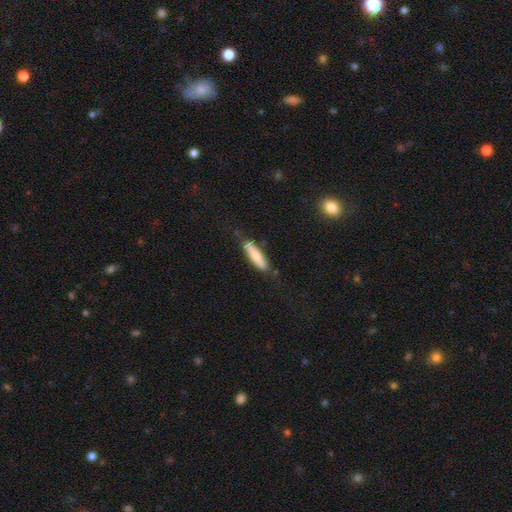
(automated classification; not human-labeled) Q: Smooth or featured?
A: smooth (67%); runner-up: featured or disk (27%)
Q: How rounded?
A: cigar-shaped (78%); runner-up: in between (20%)
Q: Merging?
A: none (75%); runner-up: minor disturbance (18%)